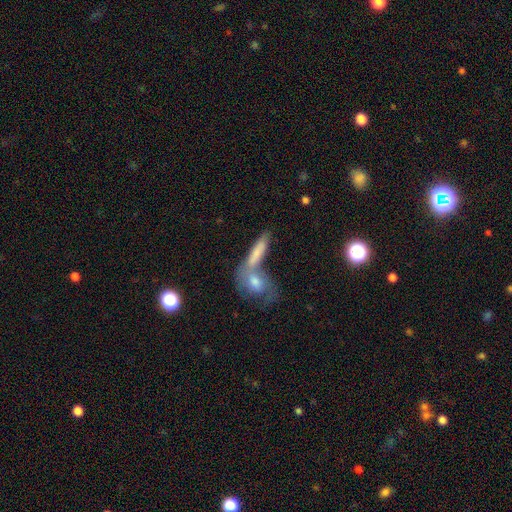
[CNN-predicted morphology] smooth_or_featured: smooth (p=0.55) [alt: featured or disk p=0.34]
how_rounded: cigar-shaped (p=0.55) [alt: in between p=0.37]
merging: merger (p=0.45) [alt: none p=0.40]